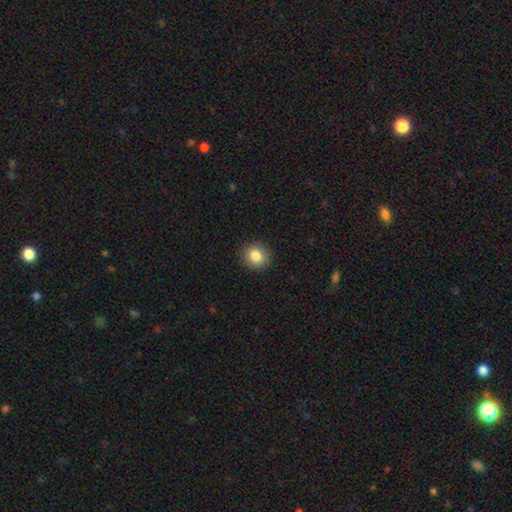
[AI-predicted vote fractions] smooth 84%, star or artifact 9%, featured or disk 7%. Down the decision tree: how rounded — round (79%); merging — none (90%).